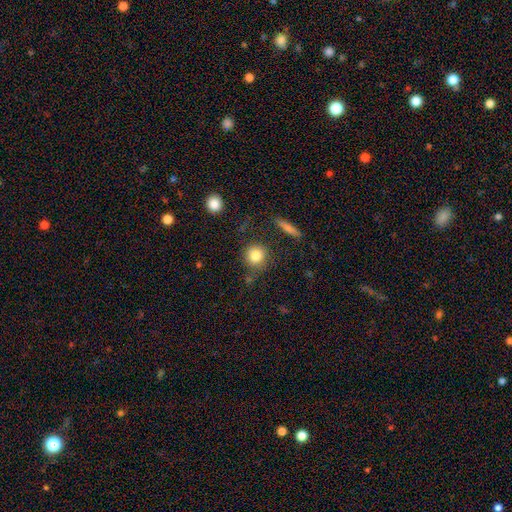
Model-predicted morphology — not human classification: smooth_or_featured: smooth (p=0.82) [alt: star or artifact p=0.09]
how_rounded: round (p=0.89) [alt: in between p=0.09]
merging: none (p=0.75) [alt: minor disturbance p=0.14]